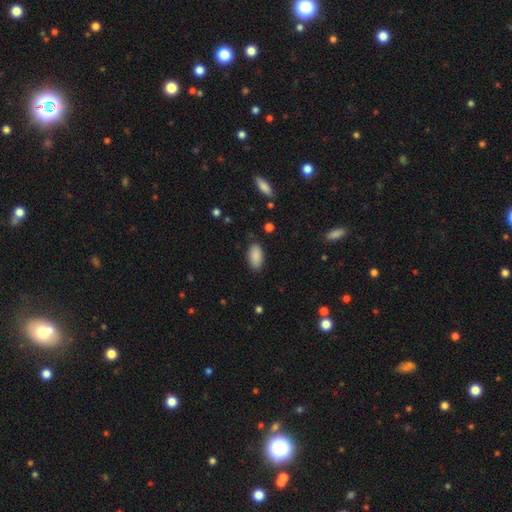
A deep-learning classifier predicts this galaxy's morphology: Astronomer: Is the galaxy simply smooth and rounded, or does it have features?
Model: smooth — 88%.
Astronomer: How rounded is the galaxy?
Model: in between — 94%.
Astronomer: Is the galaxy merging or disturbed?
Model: none — 85%.